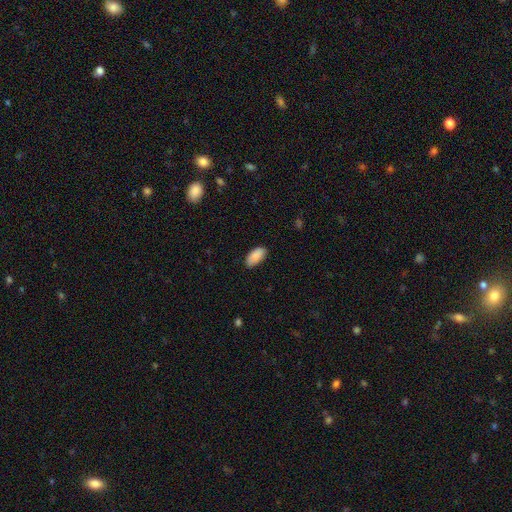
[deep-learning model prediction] Smooth or featured? smooth (89%)
How rounded? in between (94%)
Merging? none (83%)